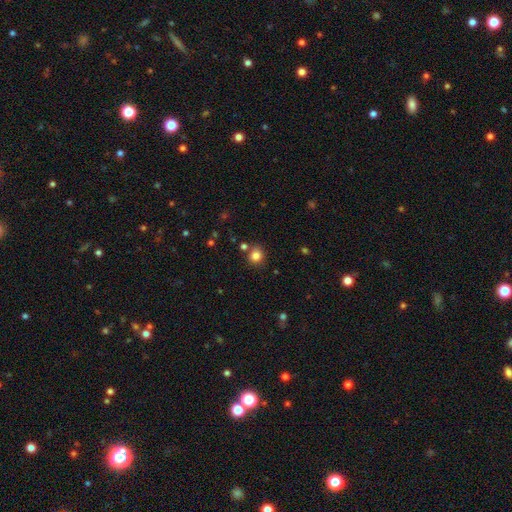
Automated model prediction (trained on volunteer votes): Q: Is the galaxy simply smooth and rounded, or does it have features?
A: smooth — 82%.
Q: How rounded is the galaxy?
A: round — 82%.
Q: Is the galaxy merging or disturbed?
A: none — 76%.